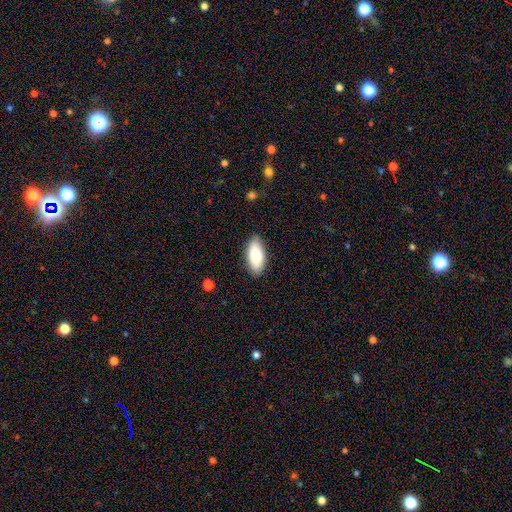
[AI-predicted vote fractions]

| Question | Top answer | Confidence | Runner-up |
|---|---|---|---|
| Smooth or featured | smooth | 82% | featured or disk (12%) |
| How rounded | in between | 88% | cigar-shaped (9%) |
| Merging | none | 86% | minor disturbance (11%) |